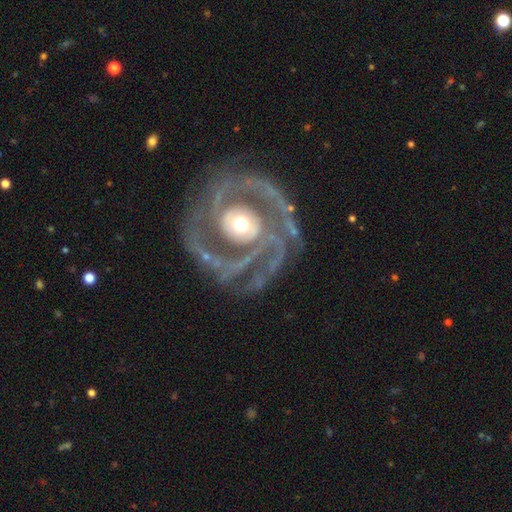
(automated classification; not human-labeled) Smooth or featured: featured or disk — 92% (star or artifact — 5%)
Edge-on disk: no — 97% (yes — 3%)
Bar: no — 53% (weak — 26%)
Spiral arms: yes — 98% (no — 2%)
Spiral winding: tight — 66% (medium — 30%)
Spiral arm count: 2 — 42% (3 — 30%)
Bulge size: moderate — 61% (small — 30%)
Merging: none — 75% (minor disturbance — 16%)